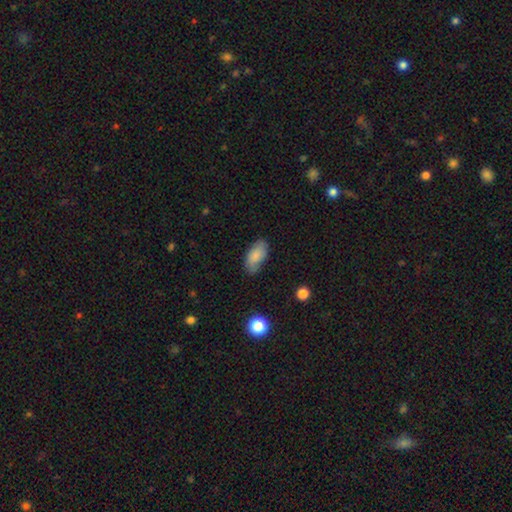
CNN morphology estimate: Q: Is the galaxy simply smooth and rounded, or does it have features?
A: smooth — 81%.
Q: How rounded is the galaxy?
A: in between — 93%.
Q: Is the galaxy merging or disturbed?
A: none — 71%.